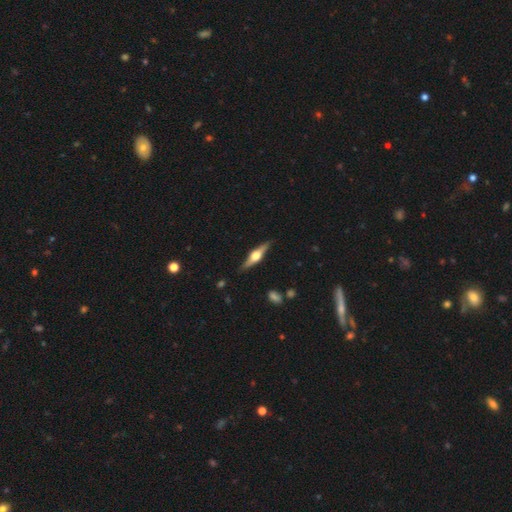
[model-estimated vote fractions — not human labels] This is likely a featured or disk galaxy (73%). It is clearly viewed edge-on (97%). Edge-on bulge: clearly rounded (94%). Merging: clearly none (88%).